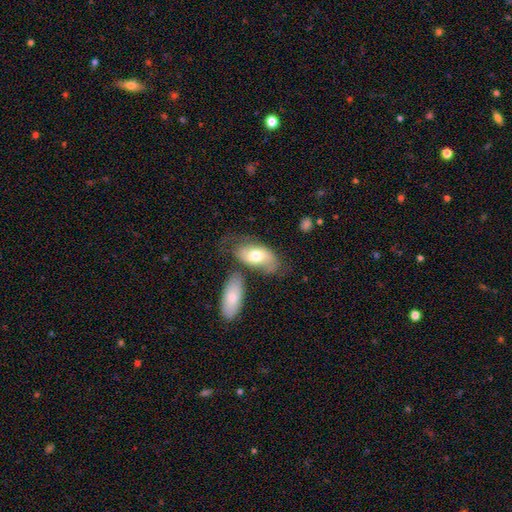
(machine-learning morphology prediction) smooth_or_featured: smooth (p=0.62) [alt: featured or disk p=0.33]
how_rounded: in between (p=0.92) [alt: round p=0.04]
merging: none (p=0.41) [alt: minor disturbance p=0.22]